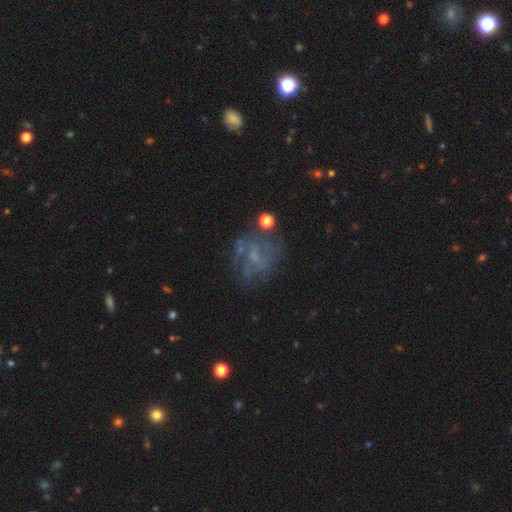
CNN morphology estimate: smooth-or-featured: featured or disk: 61% | smooth: 21% | star or artifact: 18%
  disk-edge-on: no: 97% | yes: 3%
    bar: no: 56% | weak: 37% | strong: 8%
    has-spiral-arms: yes: 57% | no: 43%
    bulge-size: small: 46% | none: 34% | moderate: 17% | large: 2% | dominant: 1%
  merging: none: 58% | major disturbance: 19% | minor disturbance: 18% | merger: 5%